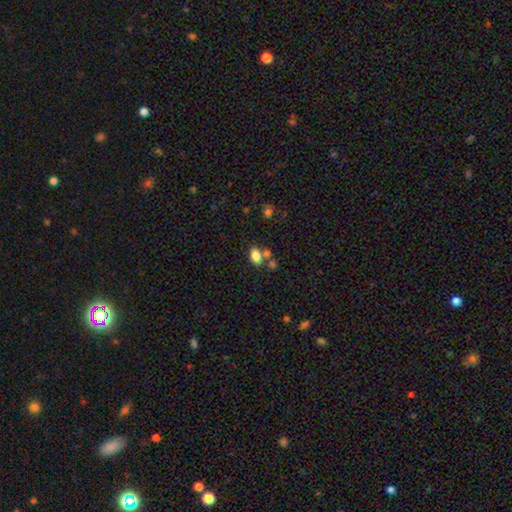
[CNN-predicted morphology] This appears to be a smooth galaxy with no disk features (82%) that is in between round and cigar-shaped (87%). Merging: none (57%).